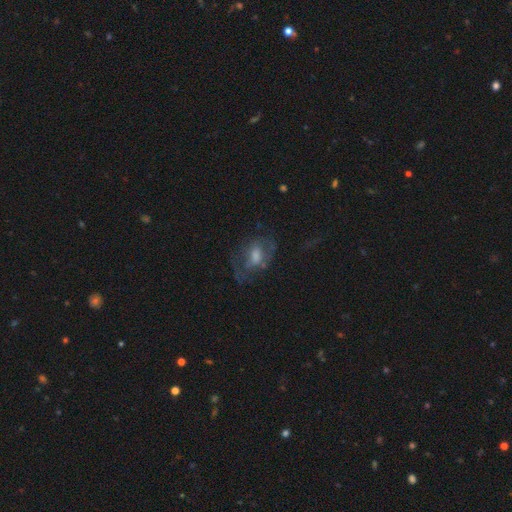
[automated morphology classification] Smooth or featured? Predicted: featured or disk (p=0.56). Edge-on disk? Predicted: no (p=0.94). Bar? Predicted: no (p=0.54). Spiral arms? Predicted: yes (p=0.54). Bulge size? Predicted: moderate (p=0.46). Merging? Predicted: none (p=0.50).